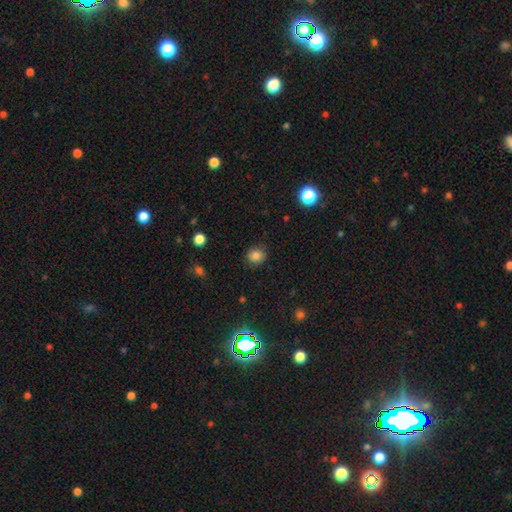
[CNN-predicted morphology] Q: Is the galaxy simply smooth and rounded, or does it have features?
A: smooth — 82%.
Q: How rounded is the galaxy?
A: round — 77%.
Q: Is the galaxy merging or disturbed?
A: none — 82%.